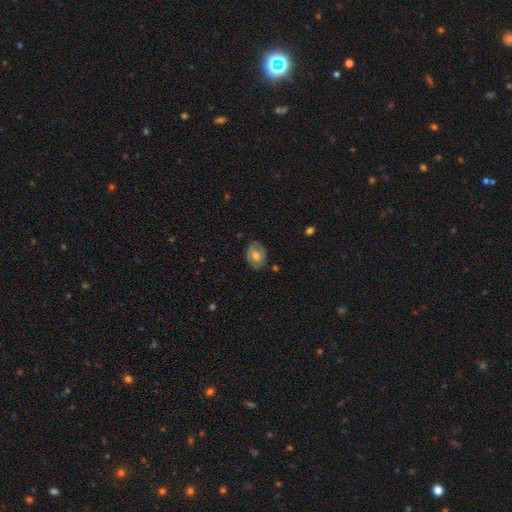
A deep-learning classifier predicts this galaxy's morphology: A smooth galaxy with no disk features (59%) that is in between round and cigar-shaped (68%).

Vote fractions:
- Smooth or featured? smooth: 59% / featured or disk: 34% / star or artifact: 7%
- How rounded? in between: 68% / round: 31% / cigar-shaped: 1%
- Merging? none: 77% / minor disturbance: 17% / major disturbance: 4% / merger: 2%